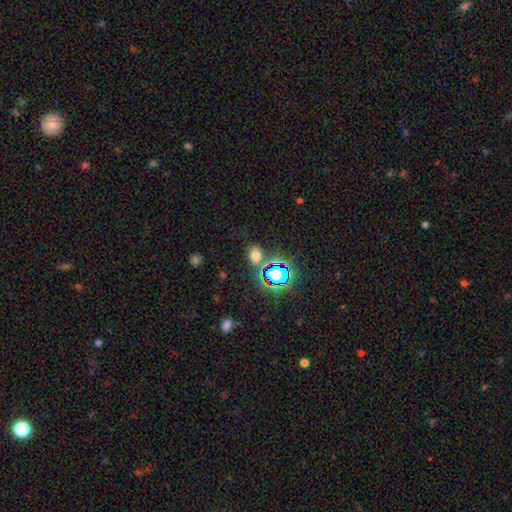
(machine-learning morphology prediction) Overall: smooth (60%; star or artifact 33%). How rounded: in between (74%). Merging: none (74%).